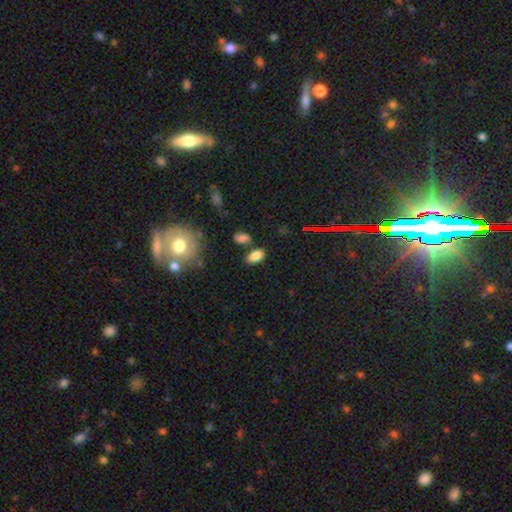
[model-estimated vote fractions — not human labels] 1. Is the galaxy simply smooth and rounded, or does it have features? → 82% smooth, 11% star or artifact, 7% featured or disk.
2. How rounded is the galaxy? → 92% in between, 6% round, 2% cigar-shaped.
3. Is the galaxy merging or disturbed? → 69% none, 15% minor disturbance, 13% merger, 4% major disturbance.